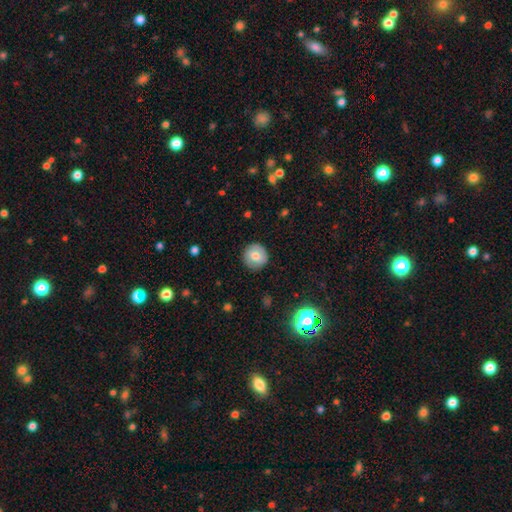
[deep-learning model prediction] A smooth galaxy with no disk features (71%) that is round (93%).

Vote fractions:
- Smooth or featured? smooth: 71% / featured or disk: 21% / star or artifact: 8%
- How rounded? round: 93% / in between: 6% / cigar-shaped: 1%
- Merging? none: 88% / minor disturbance: 9% / major disturbance: 2% / merger: 1%